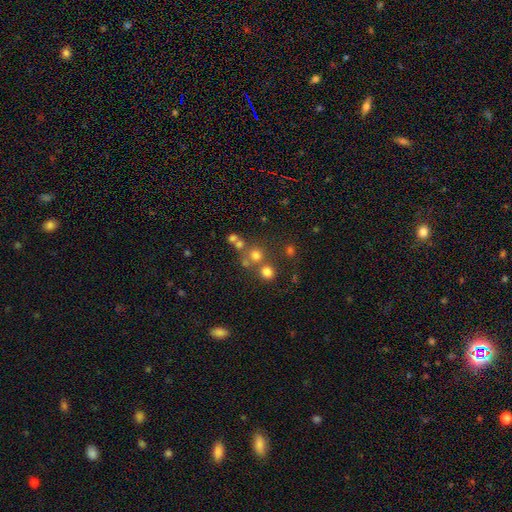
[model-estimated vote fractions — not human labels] The model was most divided on "merging": none: 60%, merger: 28%, minor disturbance: 8%, major disturbance: 4%. More confident: how rounded — round (90%); smooth or featured — smooth (63%).